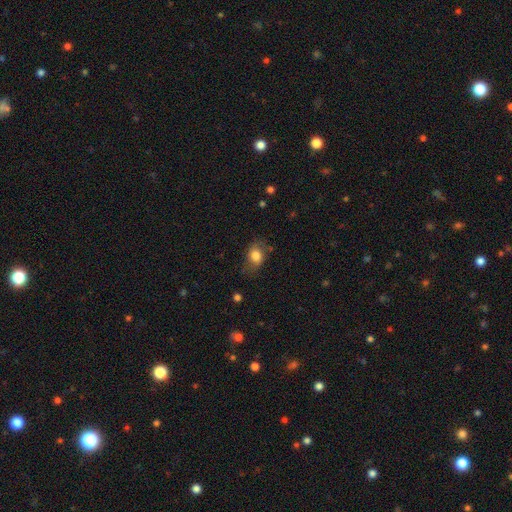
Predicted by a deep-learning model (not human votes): Overall: smooth (75%). How rounded: in between (64%; round 34%). Merging: none (61%; minor disturbance 26%).